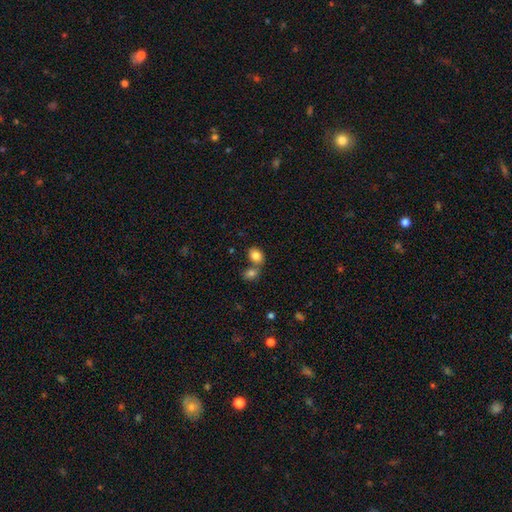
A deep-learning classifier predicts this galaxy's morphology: This appears to be a smooth galaxy with no disk features (82%) that is in between round and cigar-shaped (56%). Merging: merger (45%).